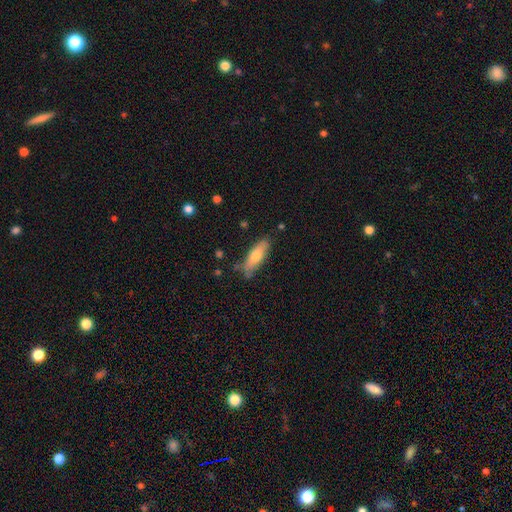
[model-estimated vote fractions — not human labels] smooth_or_featured: smooth (p=0.67) [alt: featured or disk p=0.27]
how_rounded: cigar-shaped (p=0.52) [alt: in between p=0.46]
merging: none (p=0.76) [alt: minor disturbance p=0.18]